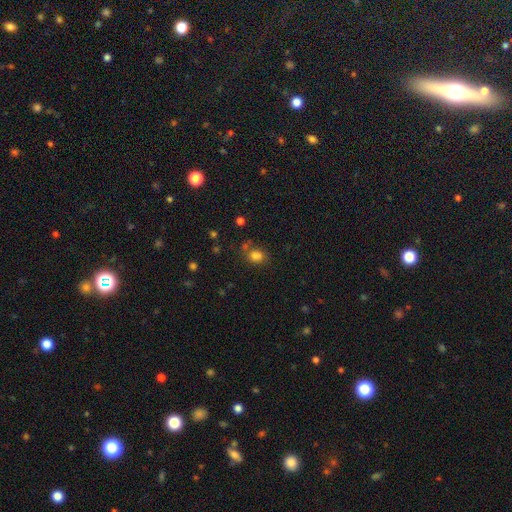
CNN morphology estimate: smooth-or-featured: smooth: 78% | star or artifact: 15% | featured or disk: 8%
  how-rounded: in between: 53% | round: 46% | cigar-shaped: 1%
  merging: none: 62% | minor disturbance: 18% | merger: 14% | major disturbance: 7%